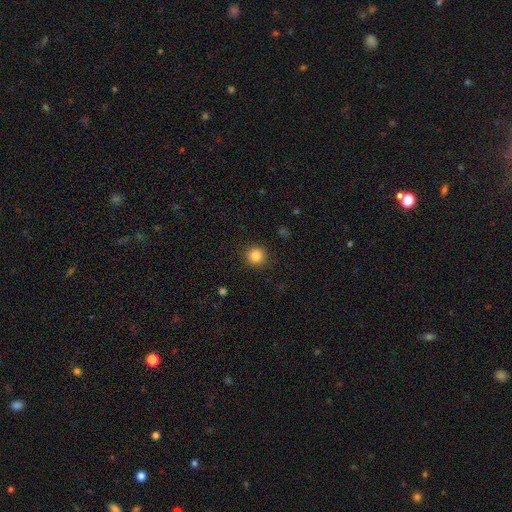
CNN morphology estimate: Smooth or featured?
  - smooth: 85% *
  - star or artifact: 11%
  - featured or disk: 4%
How rounded?
  - round: 94% *
  - in between: 5%
  - cigar-shaped: 1%
Merging?
  - none: 91% *
  - minor disturbance: 6%
  - major disturbance: 2%
  - merger: 1%